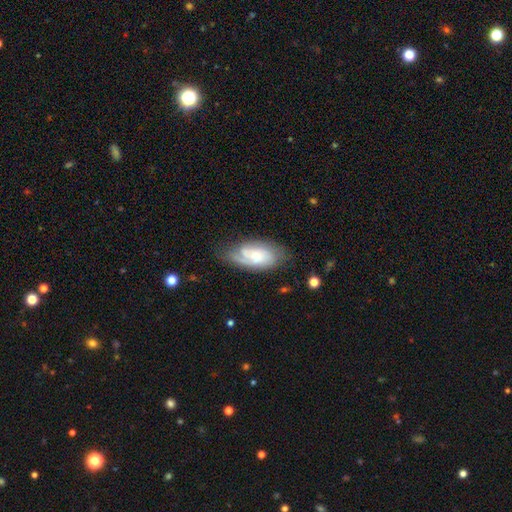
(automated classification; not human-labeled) smooth-or-featured: featured or disk: 64% | smooth: 29% | star or artifact: 7%
  disk-edge-on: no: 92% | yes: 8%
    bar: no: 67% | weak: 28% | strong: 5%
    has-spiral-arms: yes: 87% | no: 13%
      spiral-winding: tight: 46% | medium: 37% | loose: 17%
      spiral-arm-count: 2: 38% | can't tell: 30% | 1: 18% | 3: 9% | 4: 2% | more than 4: 2%
    bulge-size: small: 55% | moderate: 36% | none: 4% | large: 4% | dominant: 1%
  merging: none: 65% | minor disturbance: 23% | major disturbance: 9% | merger: 3%